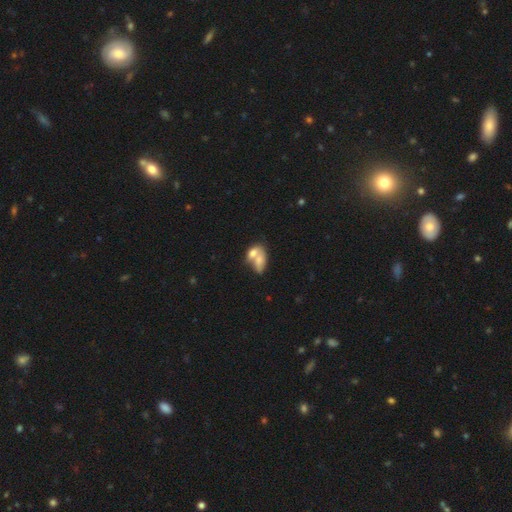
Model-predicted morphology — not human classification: Q: Smooth or featured?
A: smooth (69%); runner-up: featured or disk (23%)
Q: How rounded?
A: in between (84%); runner-up: round (10%)
Q: Merging?
A: merger (67%); runner-up: none (19%)